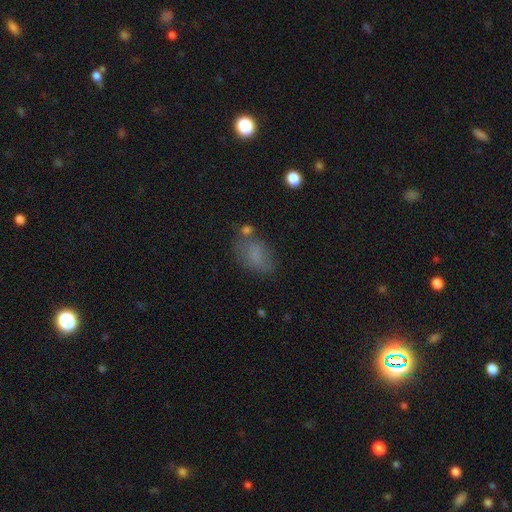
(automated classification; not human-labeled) The model was most divided on "merging": none: 54%, minor disturbance: 24%, major disturbance: 12%, merger: 10%. More confident: how rounded — in between (88%); smooth or featured — smooth (73%).